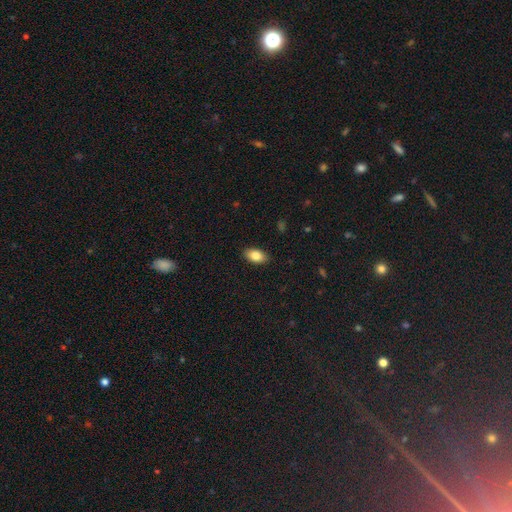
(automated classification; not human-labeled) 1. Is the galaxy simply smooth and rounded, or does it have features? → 84% smooth, 8% featured or disk, 7% star or artifact.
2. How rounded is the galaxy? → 92% in between, 5% round, 3% cigar-shaped.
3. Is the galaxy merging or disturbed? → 88% none, 9% minor disturbance, 2% major disturbance, 1% merger.